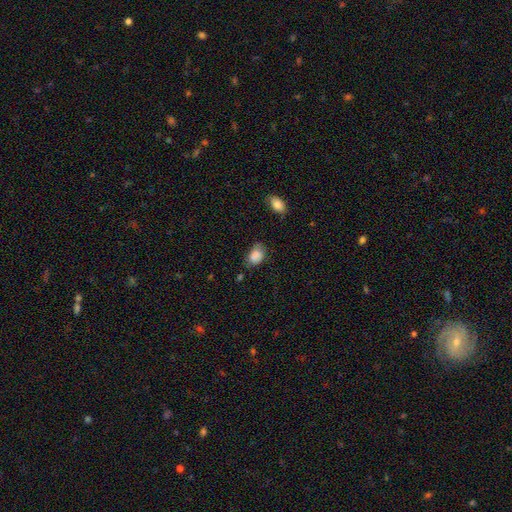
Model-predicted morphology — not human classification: Smooth or featured? Predicted: smooth (p=0.85). How rounded? Predicted: in between (p=0.79). Merging? Predicted: none (p=0.55).